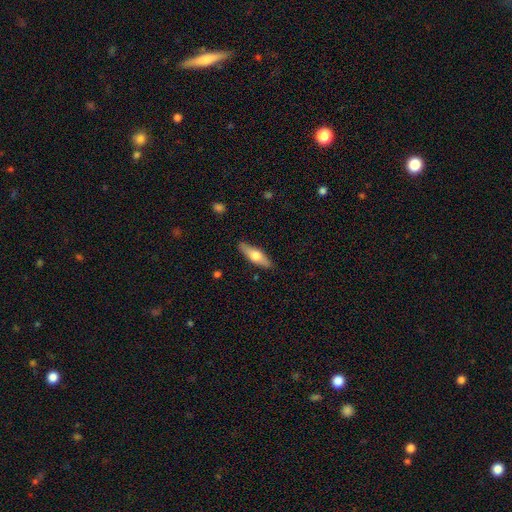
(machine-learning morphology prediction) A smooth galaxy with no disk features (53%) that is cigar-shaped (50%).

Vote fractions:
- Smooth or featured? smooth: 53% / featured or disk: 41% / star or artifact: 6%
- How rounded? cigar-shaped: 50% / in between: 48% / round: 2%
- Merging? none: 88% / minor disturbance: 9% / major disturbance: 2% / merger: 1%